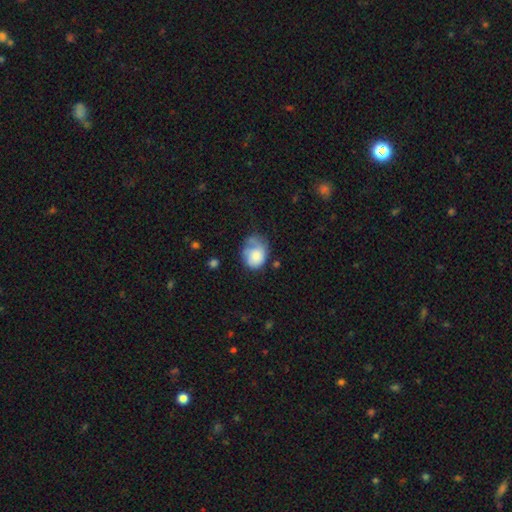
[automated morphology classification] Smooth or featured? Predicted: smooth (p=0.71). How rounded? Predicted: in between (p=0.51). Merging? Predicted: none (p=0.35).